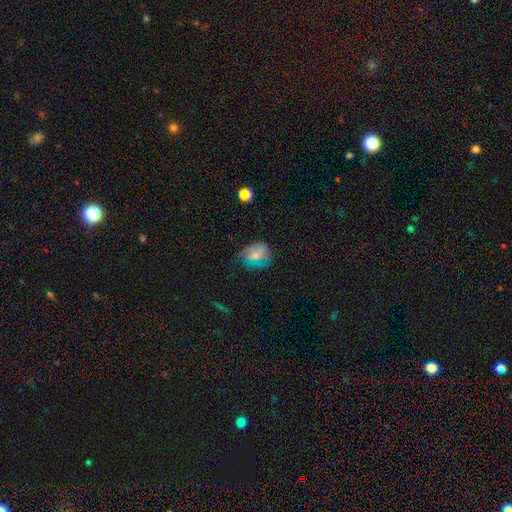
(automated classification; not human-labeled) Smooth or featured: smooth — 54% (featured or disk — 33%)
How rounded: round — 53% (in between — 45%)
Merging: none — 62% (minor disturbance — 25%)